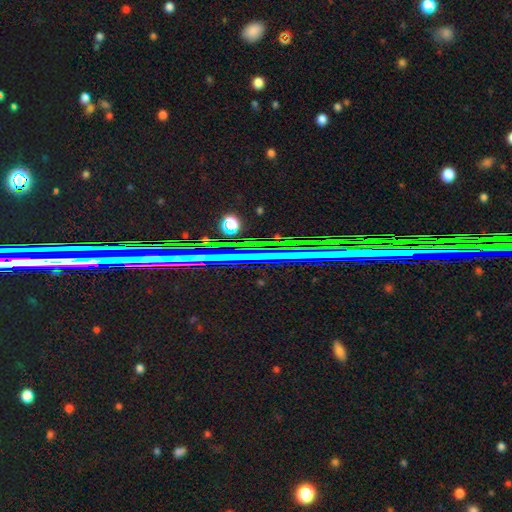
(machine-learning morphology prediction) Overall: star or artifact (72%).